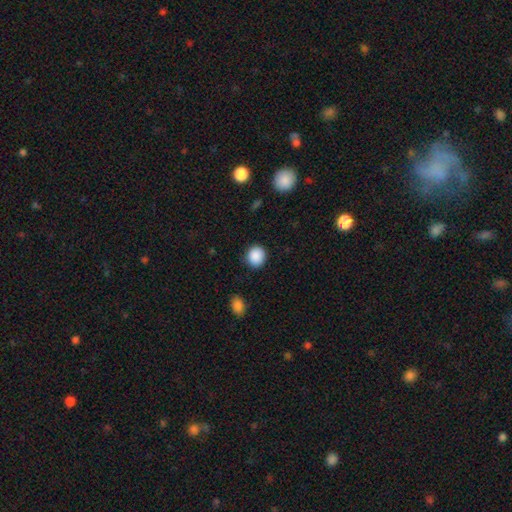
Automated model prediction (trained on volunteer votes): Smooth or featured? Predicted: smooth (p=0.89). How rounded? Predicted: round (p=0.85). Merging? Predicted: none (p=0.89).